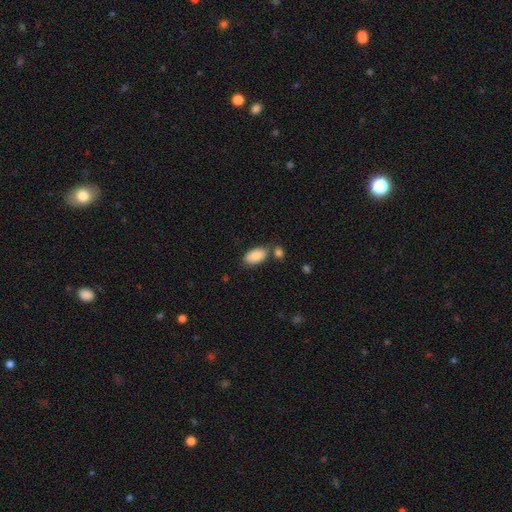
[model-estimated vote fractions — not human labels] Smooth or featured? Predicted: smooth (p=0.86). How rounded? Predicted: in between (p=0.95). Merging? Predicted: none (p=0.67).